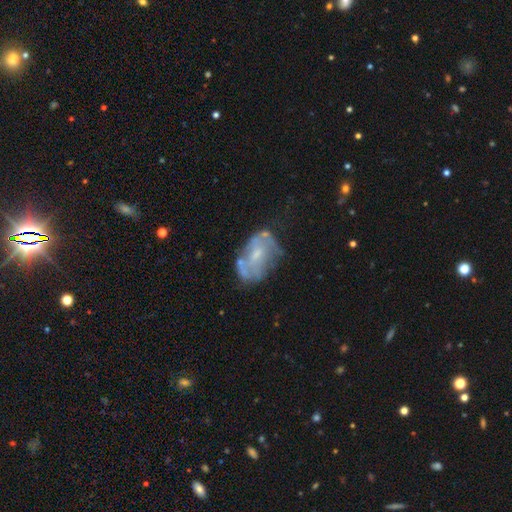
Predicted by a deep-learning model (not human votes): Smooth or featured? featured or disk (64%)
Edge-on disk? no (96%)
Bar? no (68%)
Spiral arms? no (57%)
Bulge size? small (45%)
Merging? none (48%)